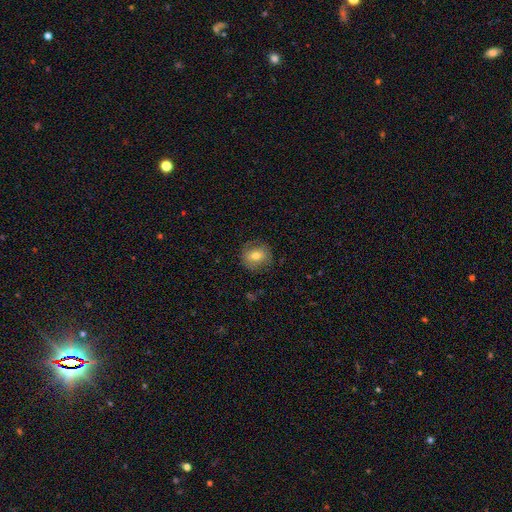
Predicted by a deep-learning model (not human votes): Overall: smooth (64%; featured or disk 27%). How rounded: round (78%). Merging: none (79%).